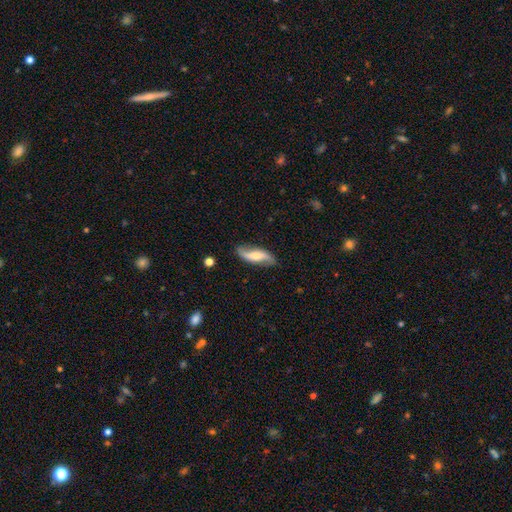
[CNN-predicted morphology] Smooth or featured?
  - featured or disk: 70% *
  - smooth: 24%
  - star or artifact: 6%
Edge-on disk?
  - no: 86% *
  - yes: 14%
Bar?
  - no: 41% *
  - weak: 36%
  - strong: 23%
Spiral arms?
  - yes: 93% *
  - no: 7%
Spiral winding?
  - loose: 84% *
  - medium: 12%
  - tight: 5%
Spiral arm count?
  - 2: 92% *
  - can't tell: 3%
  - 1: 2%
  - 3: 1%
  - 4: 1%
  - more than 4: 1%
Bulge size?
  - moderate: 43% *
  - small: 36%
  - none: 10%
  - large: 9%
  - dominant: 2%
Merging?
  - none: 79% *
  - minor disturbance: 15%
  - major disturbance: 4%
  - merger: 2%